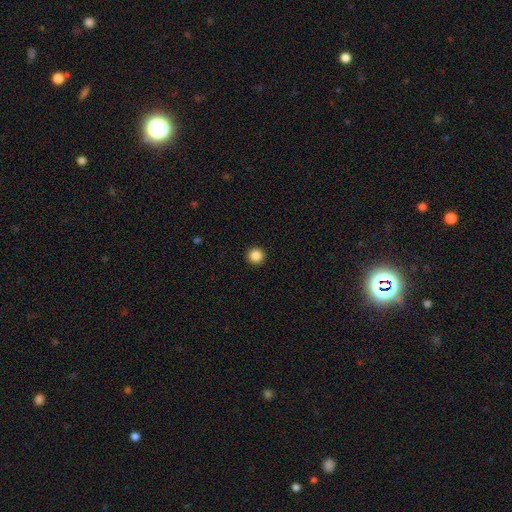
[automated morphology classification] Overall: smooth (87%). How rounded: round (96%). Merging: none (94%).